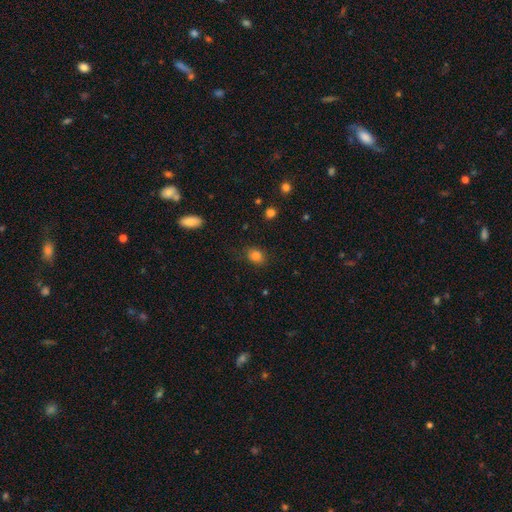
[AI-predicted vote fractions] Morphology: type=smooth (83%); roundness=in between (50%); merging=none (79%).